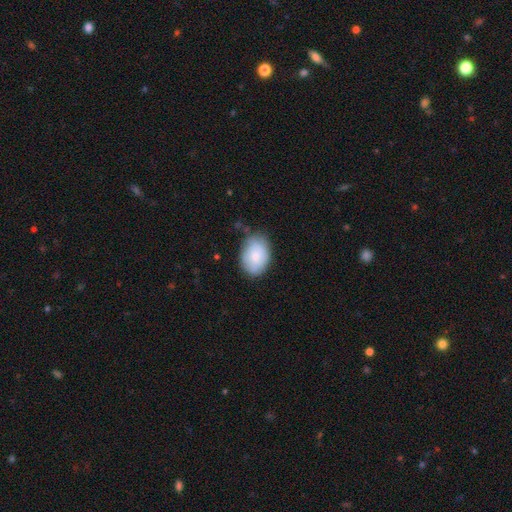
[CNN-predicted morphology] Smooth or featured: smooth — 76% (featured or disk — 18%)
How rounded: in between — 81% (round — 18%)
Merging: none — 69% (minor disturbance — 24%)